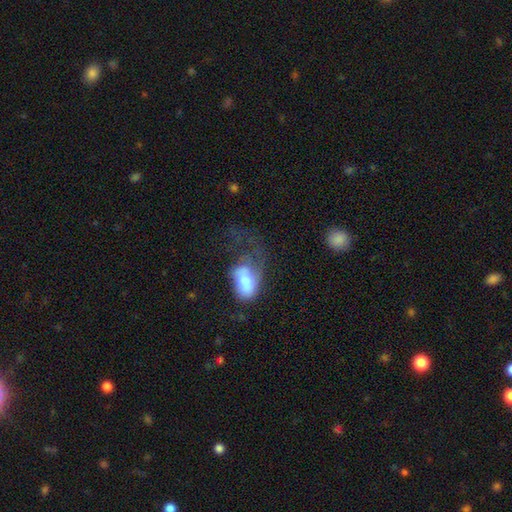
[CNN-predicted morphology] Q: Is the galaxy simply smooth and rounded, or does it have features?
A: smooth — 44%.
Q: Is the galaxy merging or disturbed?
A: major disturbance — 51%.